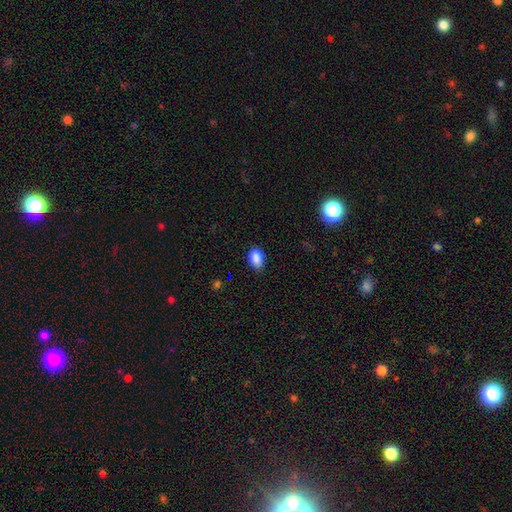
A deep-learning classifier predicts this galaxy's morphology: type=smooth (88%); roundness=in between (85%); merging=none (80%).